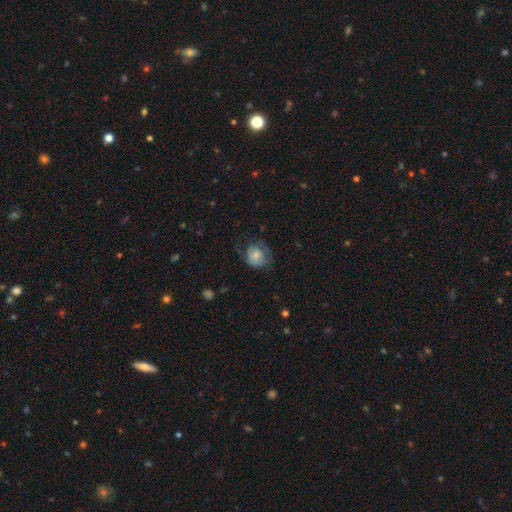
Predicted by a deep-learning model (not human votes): A smooth galaxy with no disk features (69%) that is round (73%).

Vote fractions:
- Smooth or featured? smooth: 69% / featured or disk: 23% / star or artifact: 8%
- How rounded? round: 73% / in between: 26% / cigar-shaped: 1%
- Merging? none: 52% / minor disturbance: 29% / major disturbance: 18% / merger: 1%